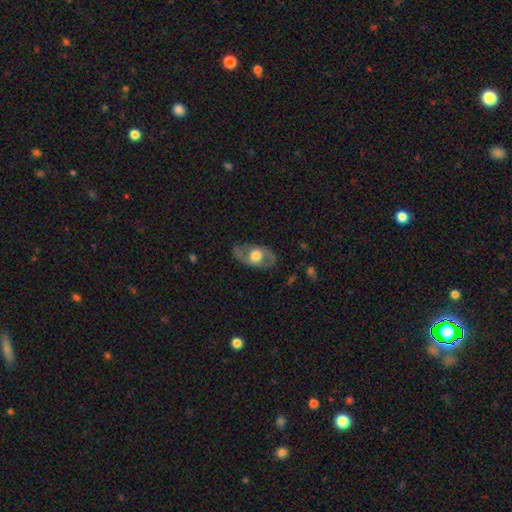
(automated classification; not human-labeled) A featured or disk galaxy (57%).

Vote fractions:
- Smooth or featured? featured or disk: 57% / smooth: 37% / star or artifact: 6%
- Edge-on disk? no: 85% / yes: 15%
- Merging? none: 73% / minor disturbance: 17% / major disturbance: 8% / merger: 1%